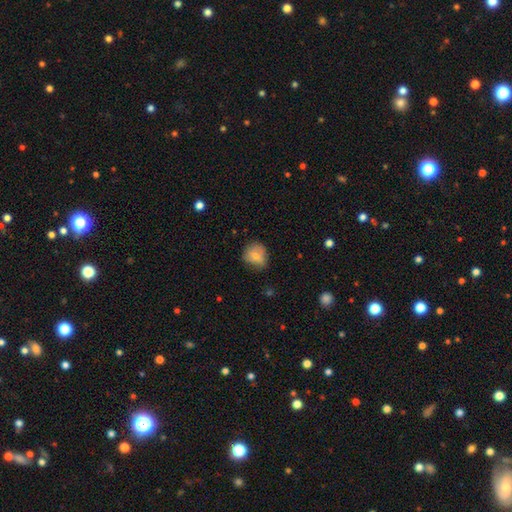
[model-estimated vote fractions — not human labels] Smooth or featured: smooth — 77% (featured or disk — 15%)
How rounded: round — 75% (in between — 24%)
Merging: none — 64% (minor disturbance — 28%)